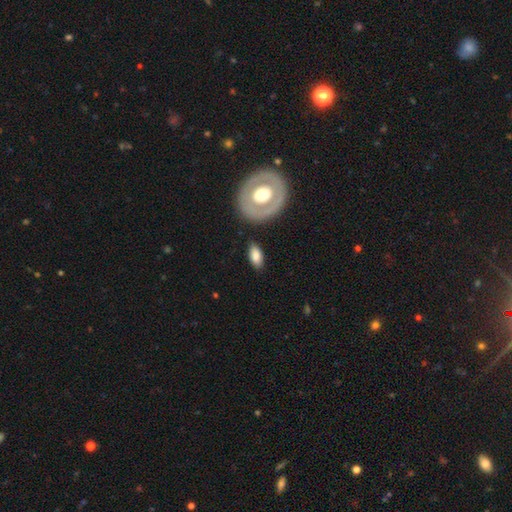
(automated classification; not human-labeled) Smooth or featured?
  - smooth: 77% *
  - featured or disk: 17%
  - star or artifact: 6%
How rounded?
  - in between: 90% *
  - cigar-shaped: 5%
  - round: 5%
Merging?
  - none: 82% *
  - minor disturbance: 11%
  - major disturbance: 3%
  - merger: 3%